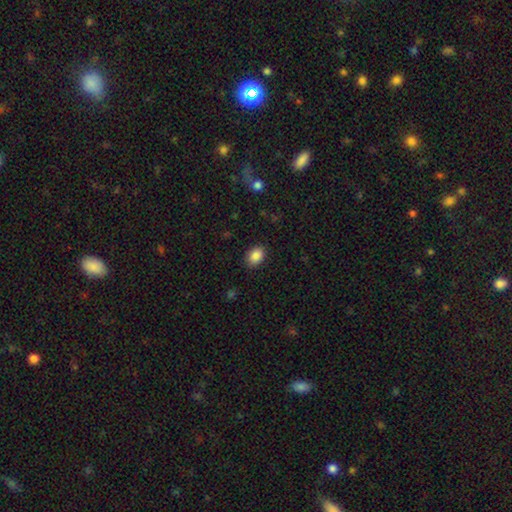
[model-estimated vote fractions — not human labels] Smooth or featured? Predicted: smooth (p=0.88). How rounded? Predicted: in between (p=0.78). Merging? Predicted: none (p=0.87).